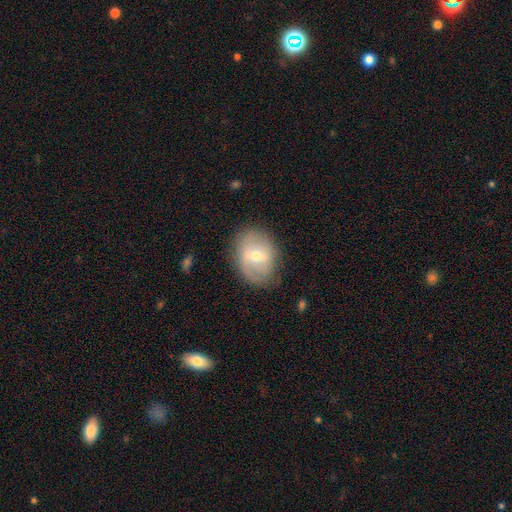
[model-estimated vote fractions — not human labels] Smooth or featured?
  - featured or disk: 50% *
  - smooth: 42%
  - star or artifact: 8%
Edge-on disk?
  - no: 94% *
  - yes: 6%
Merging?
  - none: 76% *
  - minor disturbance: 17%
  - major disturbance: 6%
  - merger: 1%